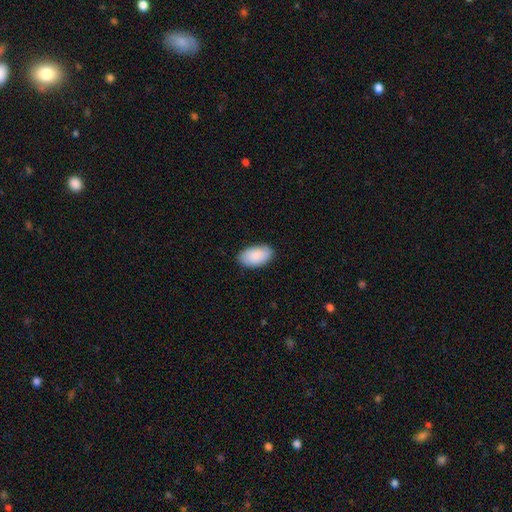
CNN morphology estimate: Q: Smooth or featured?
A: smooth (89%); runner-up: featured or disk (6%)
Q: How rounded?
A: in between (96%); runner-up: round (3%)
Q: Merging?
A: none (85%); runner-up: minor disturbance (12%)